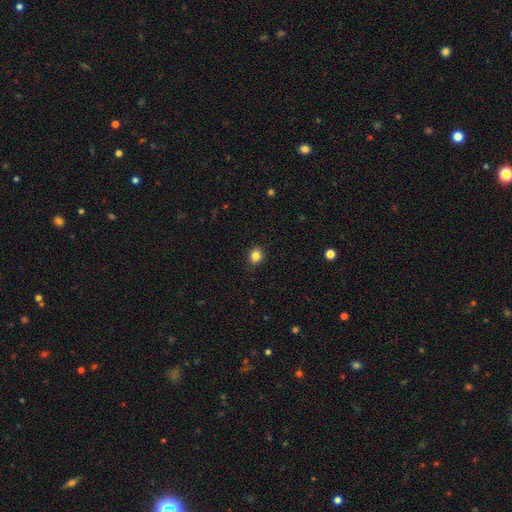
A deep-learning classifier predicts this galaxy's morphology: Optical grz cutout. It shows a smooth galaxy with no disk features (84%) that is round (70%). Merging: none (88%).